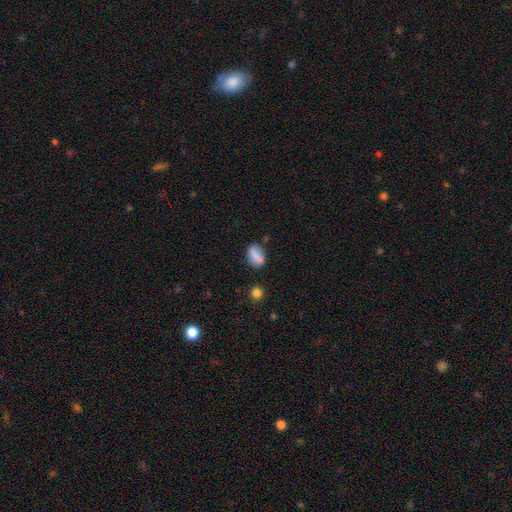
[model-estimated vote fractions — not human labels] smooth-or-featured: smooth: 82% | featured or disk: 10% | star or artifact: 8%
  how-rounded: in between: 83% | round: 14% | cigar-shaped: 4%
  merging: none: 74% | minor disturbance: 16% | merger: 6% | major disturbance: 4%